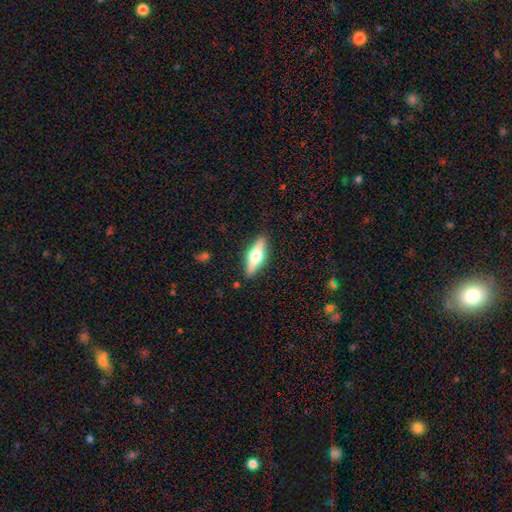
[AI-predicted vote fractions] This is likely a featured or disk galaxy (61%). It is clearly viewed edge-on (95%). Edge-on bulge: clearly rounded (96%). Merging: clearly none (89%).